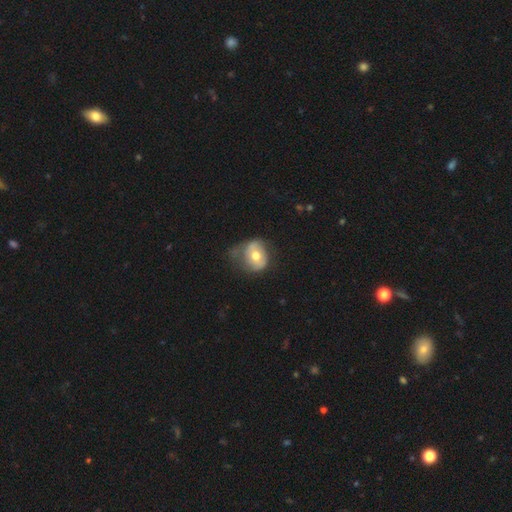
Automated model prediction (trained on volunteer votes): Morphology: type=smooth (58%); roundness=round (59%); merging=none (38%).